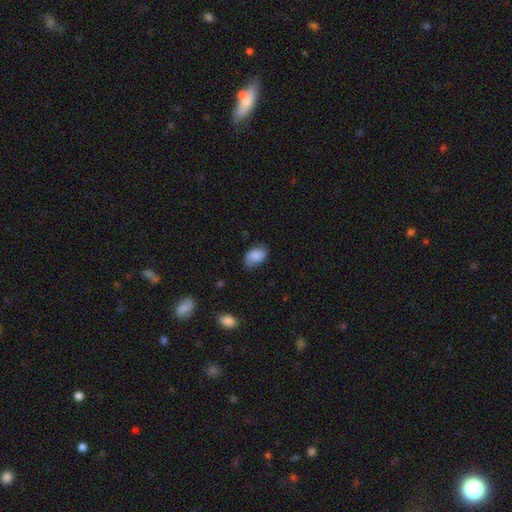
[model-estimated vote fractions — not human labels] Smooth or featured?
  - smooth: 80% *
  - featured or disk: 12%
  - star or artifact: 8%
How rounded?
  - in between: 88% *
  - round: 11%
  - cigar-shaped: 1%
Merging?
  - none: 69% *
  - minor disturbance: 24%
  - major disturbance: 6%
  - merger: 1%